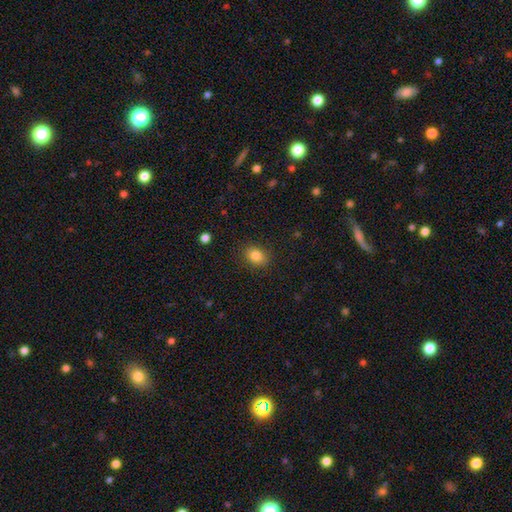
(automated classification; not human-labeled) A smooth galaxy with no disk features (84%) that is in between round and cigar-shaped (61%). Merging: none (86%).